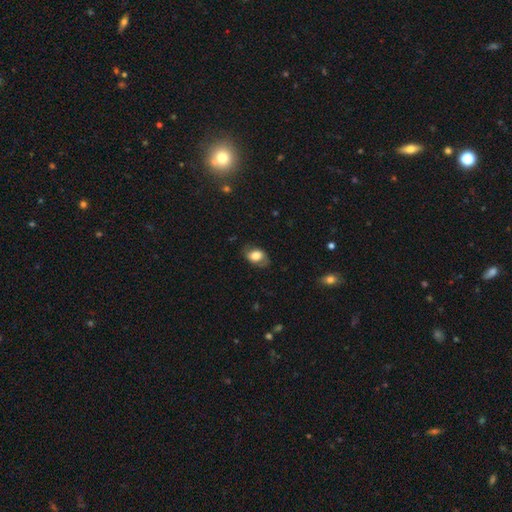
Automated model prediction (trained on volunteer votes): This appears to be a smooth galaxy with no disk features (65%) that is in between round and cigar-shaped (79%). Merging: none (67%).